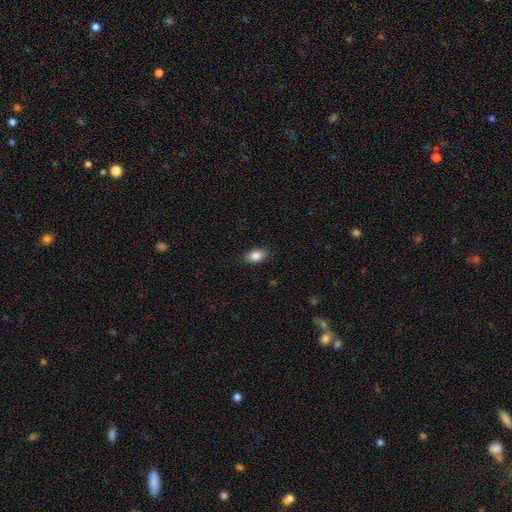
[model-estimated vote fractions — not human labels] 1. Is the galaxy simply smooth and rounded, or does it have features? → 86% smooth, 7% star or artifact, 6% featured or disk.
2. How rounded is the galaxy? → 90% in between, 6% round, 3% cigar-shaped.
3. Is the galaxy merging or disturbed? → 87% none, 10% minor disturbance, 2% major disturbance, 1% merger.